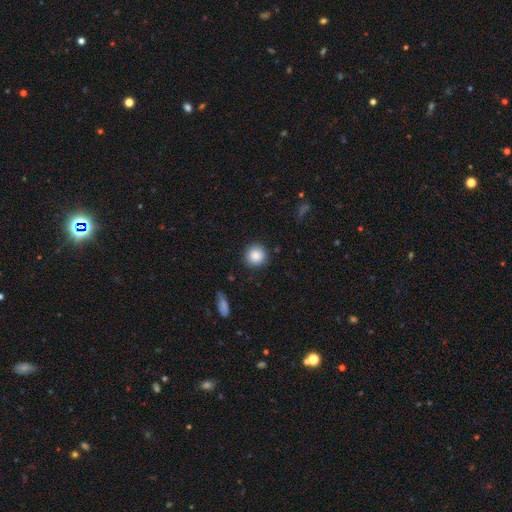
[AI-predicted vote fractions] Smooth or featured? Predicted: smooth (p=0.87). How rounded? Predicted: round (p=0.93). Merging? Predicted: none (p=0.88).